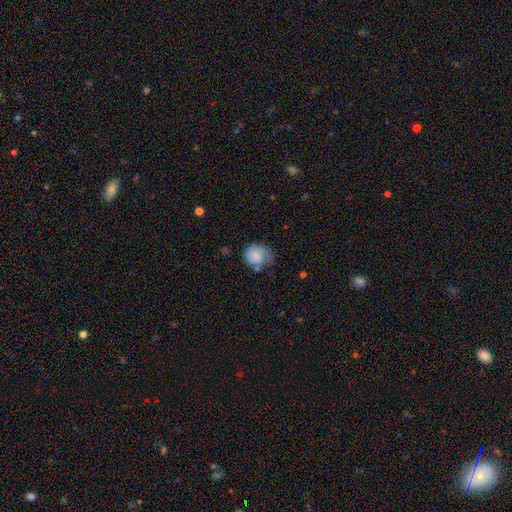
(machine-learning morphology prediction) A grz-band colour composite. It shows a smooth galaxy with no disk features (80%) that is round (74%). Merging: none (45%).